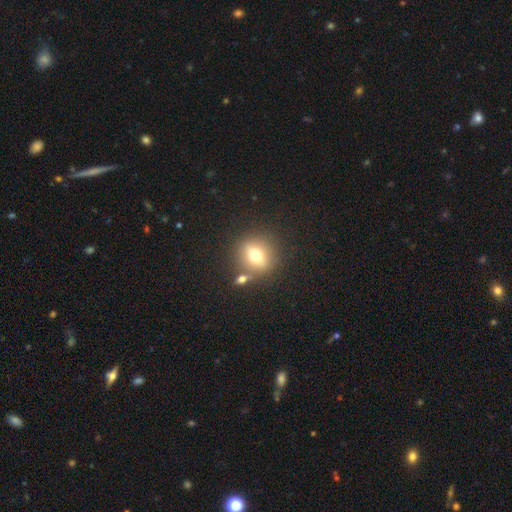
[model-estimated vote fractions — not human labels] This is likely a smooth galaxy (63%). How rounded: clearly round (81%). Merging: likely none (78%).